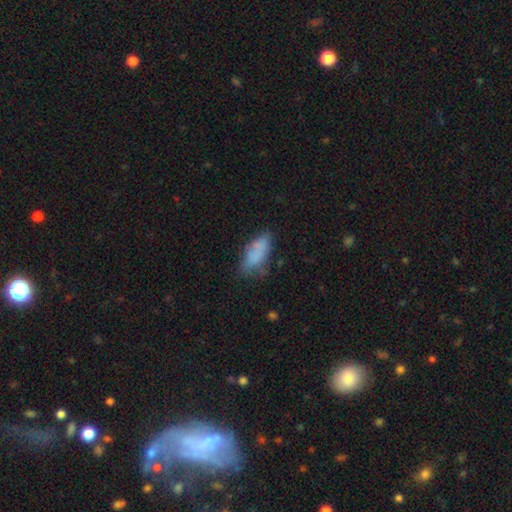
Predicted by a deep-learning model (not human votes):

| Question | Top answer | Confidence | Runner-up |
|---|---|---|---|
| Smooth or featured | smooth | 68% | featured or disk (22%) |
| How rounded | in between | 82% | cigar-shaped (15%) |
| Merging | none | 45% | minor disturbance (31%) |